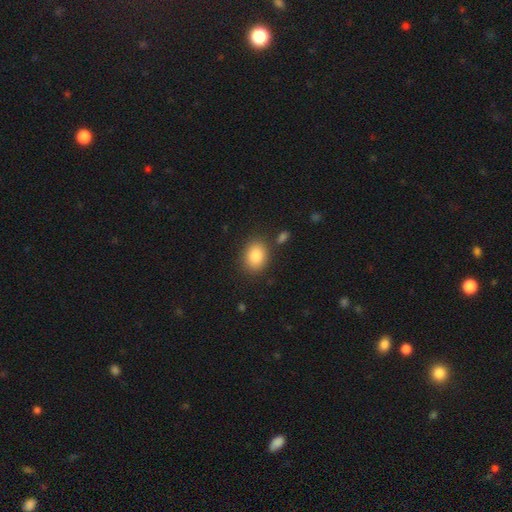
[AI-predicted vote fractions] Smooth or featured? smooth (86%)
How rounded? in between (61%)
Merging? none (81%)